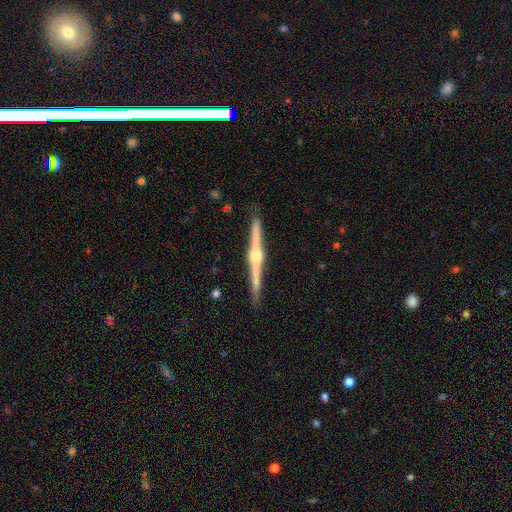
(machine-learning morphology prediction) Q: Smooth or featured?
A: featured or disk (85%); runner-up: smooth (10%)
Q: Edge-on disk?
A: yes (99%); runner-up: no (1%)
Q: Edge-on bulge?
A: rounded (88%); runner-up: boxy (7%)
Q: Merging?
A: none (91%); runner-up: minor disturbance (6%)